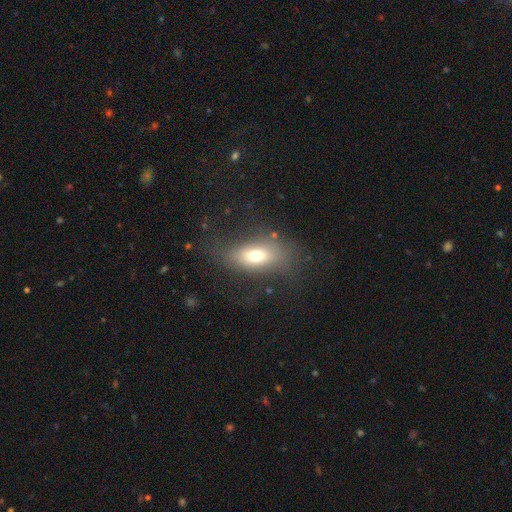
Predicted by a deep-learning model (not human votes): A smooth galaxy with no disk features (68%) that is in between round and cigar-shaped (80%). Merging: none (65%).